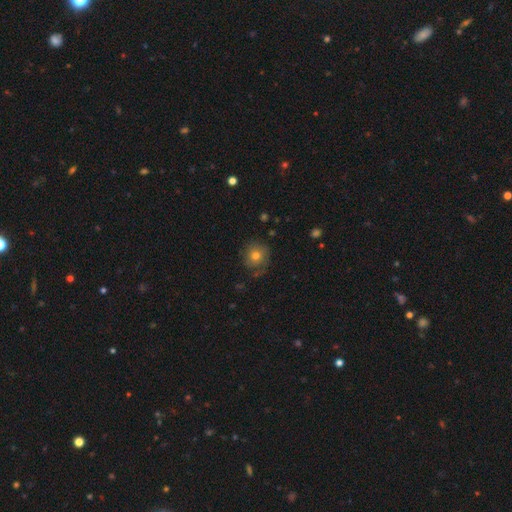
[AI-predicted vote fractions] Smooth or featured?
  - smooth: 67% *
  - featured or disk: 22%
  - star or artifact: 11%
How rounded?
  - round: 88% *
  - in between: 11%
  - cigar-shaped: 1%
Merging?
  - none: 67% *
  - minor disturbance: 20%
  - major disturbance: 11%
  - merger: 2%